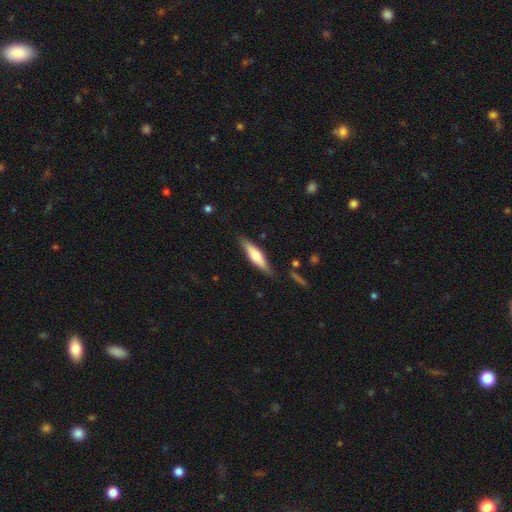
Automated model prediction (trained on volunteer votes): A smooth galaxy with no disk features (50%) that is cigar-shaped (70%).

Vote fractions:
- Smooth or featured? smooth: 50% / featured or disk: 44% / star or artifact: 6%
- How rounded? cigar-shaped: 70% / in between: 28% / round: 2%
- Merging? none: 83% / minor disturbance: 12% / major disturbance: 3% / merger: 2%